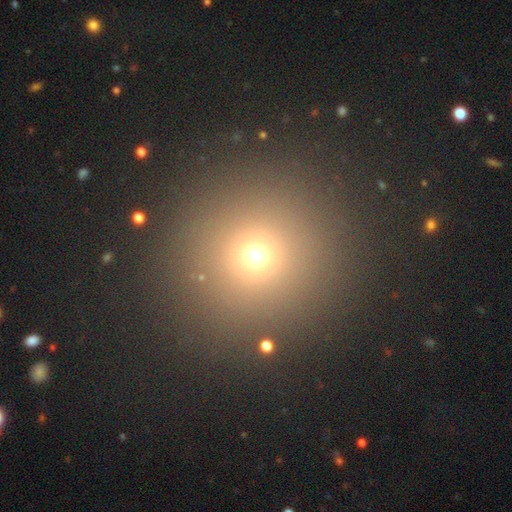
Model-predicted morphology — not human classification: Smooth or featured?
  - smooth: 66% *
  - star or artifact: 26%
  - featured or disk: 8%
How rounded?
  - round: 94% *
  - in between: 5%
  - cigar-shaped: 1%
Merging?
  - none: 89% *
  - minor disturbance: 5%
  - major disturbance: 3%
  - merger: 3%